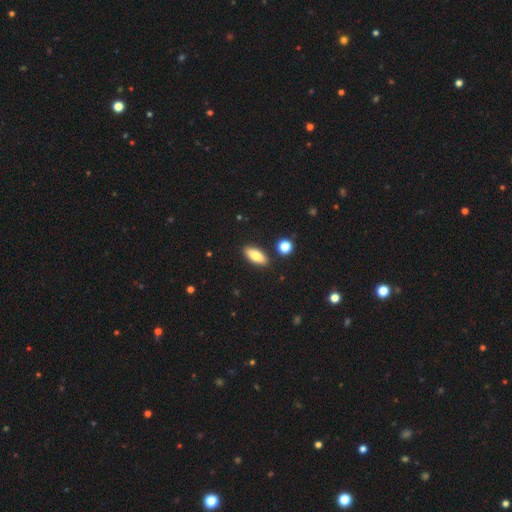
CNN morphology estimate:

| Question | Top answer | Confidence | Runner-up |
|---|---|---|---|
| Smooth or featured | smooth | 78% | featured or disk (15%) |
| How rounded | in between | 78% | cigar-shaped (19%) |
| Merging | none | 87% | minor disturbance (8%) |